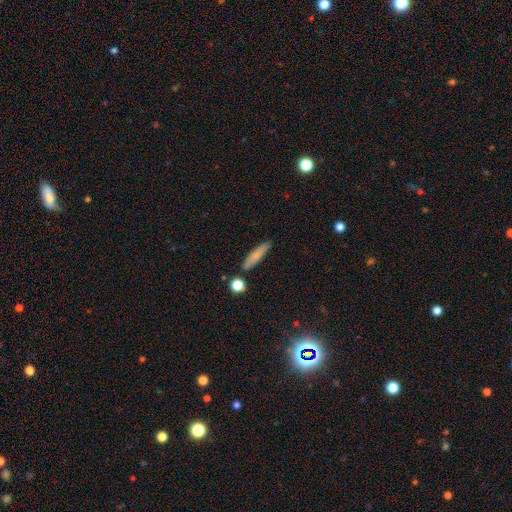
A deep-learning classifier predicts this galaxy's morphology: type=smooth (71%); roundness=cigar-shaped (80%); merging=none (83%).